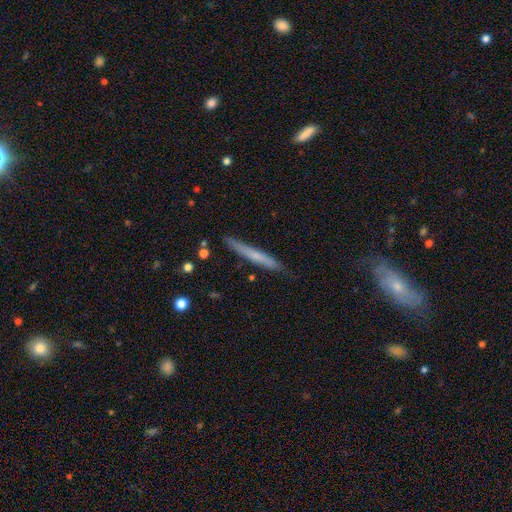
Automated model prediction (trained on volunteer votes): Morphology: type=smooth (54%); roundness=cigar-shaped (96%); merging=none (83%).